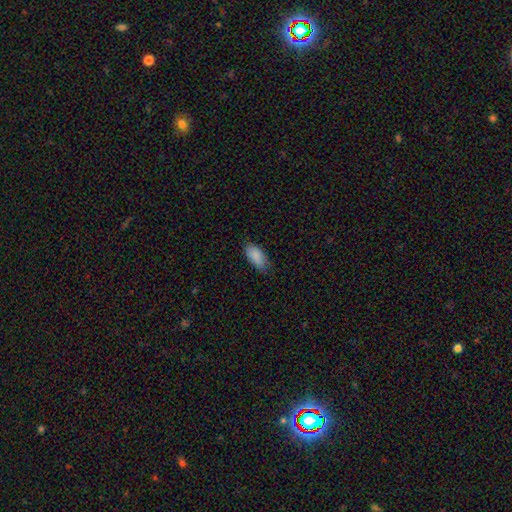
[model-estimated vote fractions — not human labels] Smooth or featured?
  - smooth: 89% *
  - star or artifact: 6%
  - featured or disk: 5%
How rounded?
  - in between: 91% *
  - cigar-shaped: 7%
  - round: 2%
Merging?
  - none: 74% *
  - minor disturbance: 22%
  - major disturbance: 4%
  - merger: 1%